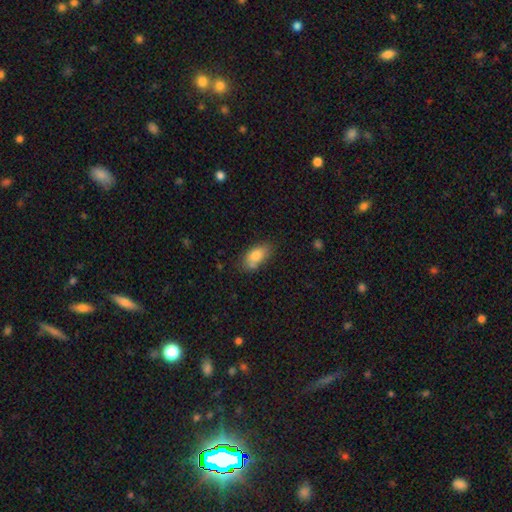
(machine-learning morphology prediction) A smooth galaxy with no disk features (81%) that is in between round and cigar-shaped (89%). Merging: none (60%).